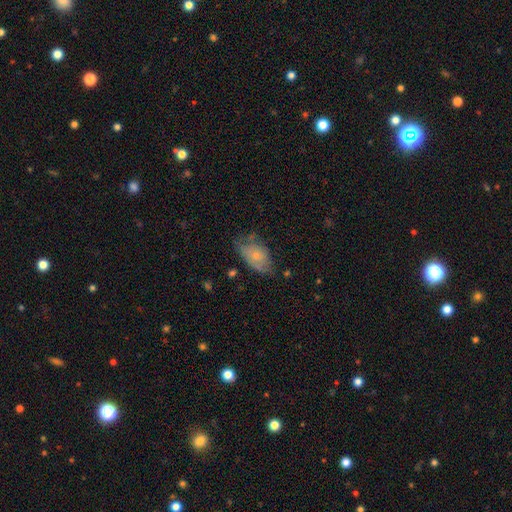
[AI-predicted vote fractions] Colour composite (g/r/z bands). It shows a smooth galaxy with no disk features (61%) that is in between round and cigar-shaped (89%). Merging: none (47%).